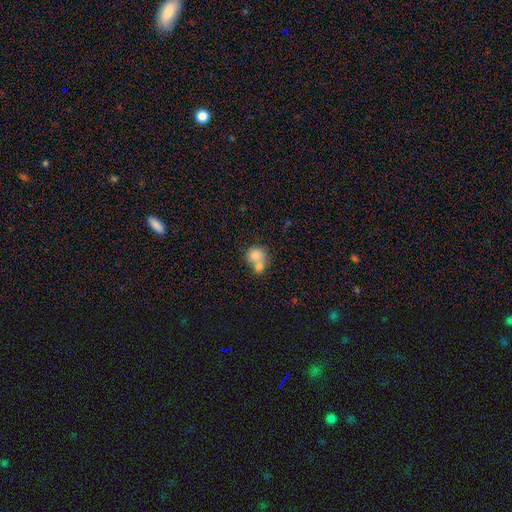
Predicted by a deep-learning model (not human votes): This is likely a smooth galaxy (75%). How rounded: likely round (78%). Merging: likely merger (63%).